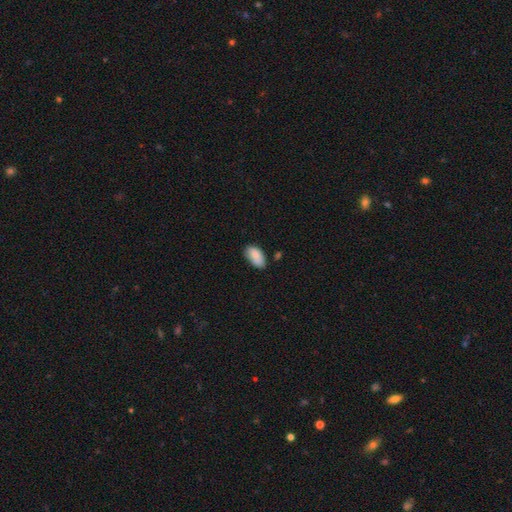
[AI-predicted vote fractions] The model was most divided on "merging": none: 70%, minor disturbance: 23%, major disturbance: 3%, merger: 3%. More confident: how rounded — in between (94%); smooth or featured — smooth (86%).